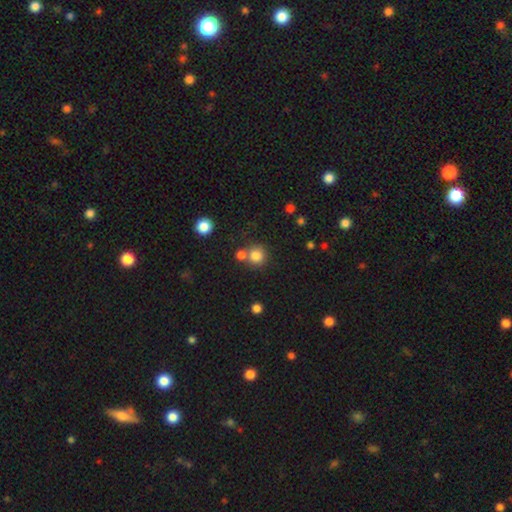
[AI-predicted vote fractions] Overall: smooth (81%). How rounded: round (92%). Merging: none (66%).